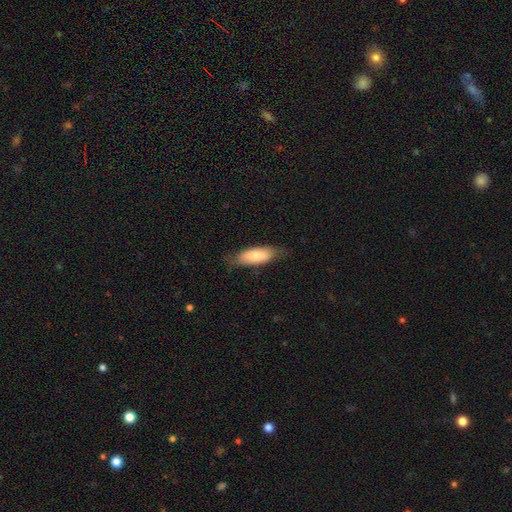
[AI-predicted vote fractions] A smooth galaxy with no disk features (79%) that is in between round and cigar-shaped (69%).

Vote fractions:
- Smooth or featured? smooth: 79% / featured or disk: 15% / star or artifact: 6%
- How rounded? in between: 69% / cigar-shaped: 29% / round: 2%
- Merging? none: 69% / minor disturbance: 24% / major disturbance: 6% / merger: 1%